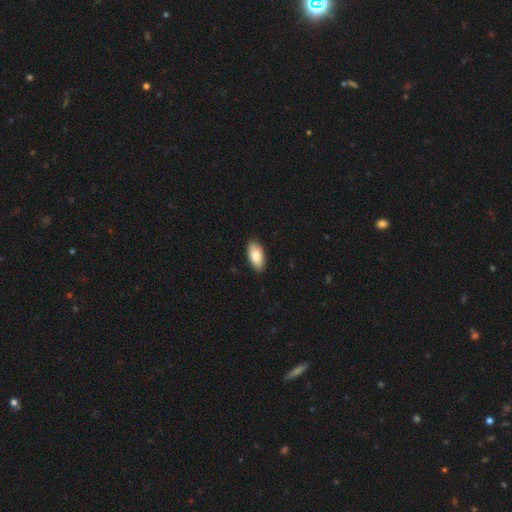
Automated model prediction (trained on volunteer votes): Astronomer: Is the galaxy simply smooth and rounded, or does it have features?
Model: smooth — 85%.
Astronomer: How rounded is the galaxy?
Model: in between — 92%.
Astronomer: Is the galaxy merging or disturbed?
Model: none — 89%.